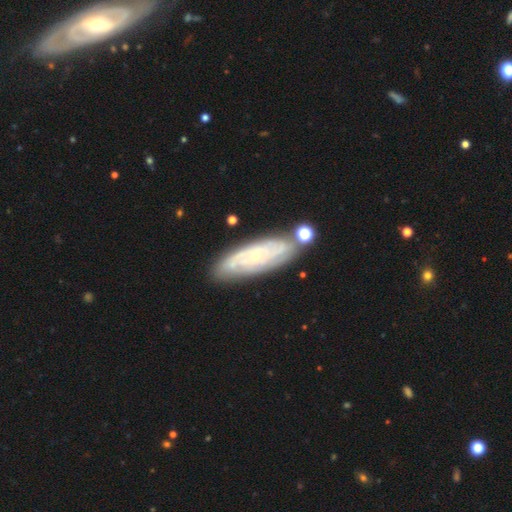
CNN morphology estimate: Q: Smooth or featured?
A: featured or disk (76%); runner-up: smooth (17%)
Q: Edge-on disk?
A: no (85%); runner-up: yes (15%)
Q: Bar?
A: no (78%); runner-up: weak (17%)
Q: Spiral arms?
A: yes (89%); runner-up: no (11%)
Q: Spiral winding?
A: tight (72%); runner-up: medium (22%)
Q: Spiral arm count?
A: can't tell (51%); runner-up: 2 (18%)
Q: Bulge size?
A: small (79%); runner-up: moderate (18%)
Q: Merging?
A: none (73%); runner-up: minor disturbance (16%)